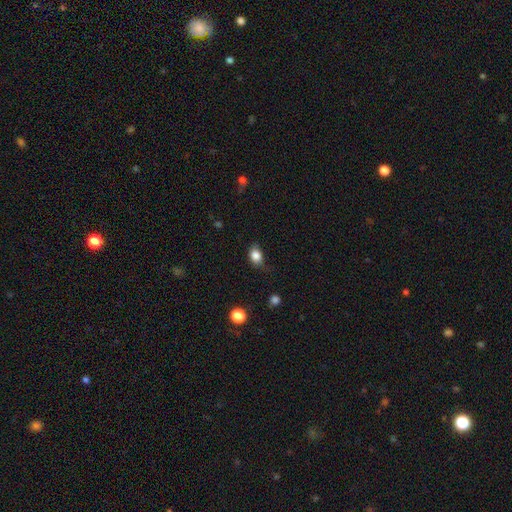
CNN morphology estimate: Smooth or featured?
  - smooth: 84% *
  - star or artifact: 10%
  - featured or disk: 7%
How rounded?
  - in between: 59% *
  - round: 39%
  - cigar-shaped: 1%
Merging?
  - none: 58% *
  - minor disturbance: 31%
  - major disturbance: 9%
  - merger: 2%